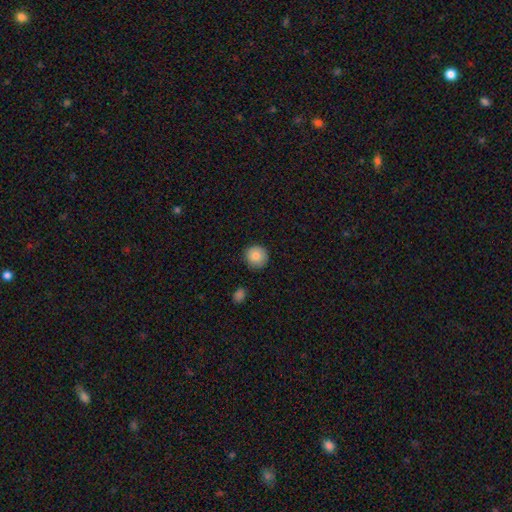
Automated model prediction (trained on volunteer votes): Smooth or featured: smooth — 85% (star or artifact — 8%)
How rounded: round — 94% (in between — 5%)
Merging: none — 89% (minor disturbance — 8%)